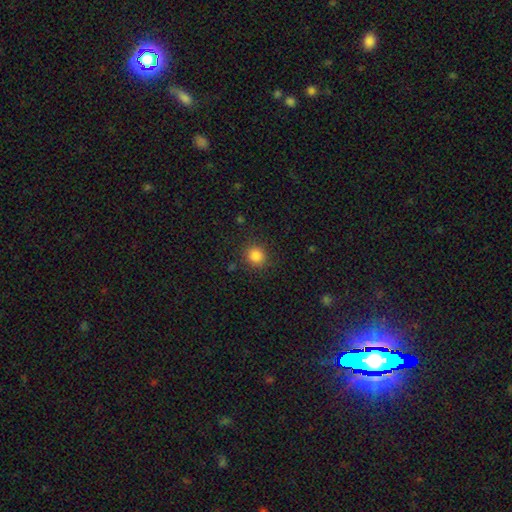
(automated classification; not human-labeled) Overall: smooth (84%). How rounded: round (86%). Merging: none (87%).